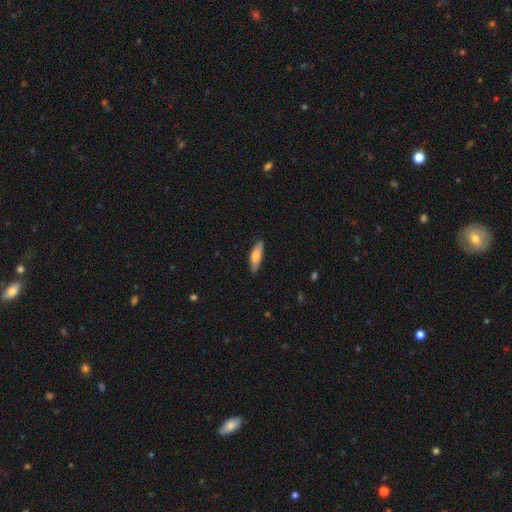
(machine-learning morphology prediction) A smooth galaxy with no disk features (67%) that is cigar-shaped (49%, tied with in between). Merging: none (85%).